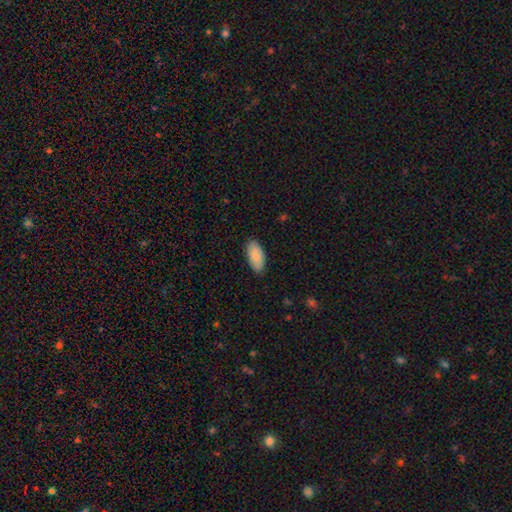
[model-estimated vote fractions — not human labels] Smooth or featured: smooth — 84% (featured or disk — 10%)
How rounded: in between — 91% (cigar-shaped — 7%)
Merging: none — 86% (minor disturbance — 11%)